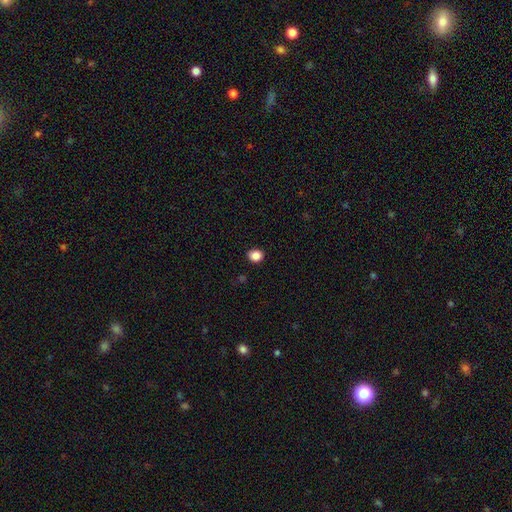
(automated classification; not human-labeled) This appears to be a smooth galaxy with no disk features (86%) that is round (72%). Merging: none (91%).